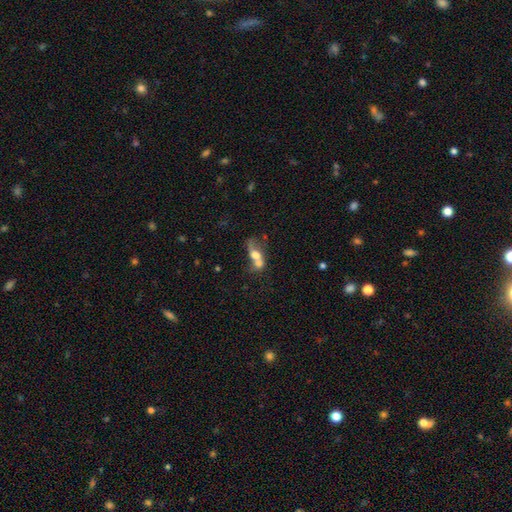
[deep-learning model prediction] A smooth galaxy with no disk features (56%) that is in between round and cigar-shaped (53%).

Vote fractions:
- Smooth or featured? smooth: 56% / featured or disk: 34% / star or artifact: 10%
- How rounded? in between: 53% / round: 37% / cigar-shaped: 9%
- Merging? merger: 72% / none: 14% / major disturbance: 8% / minor disturbance: 7%